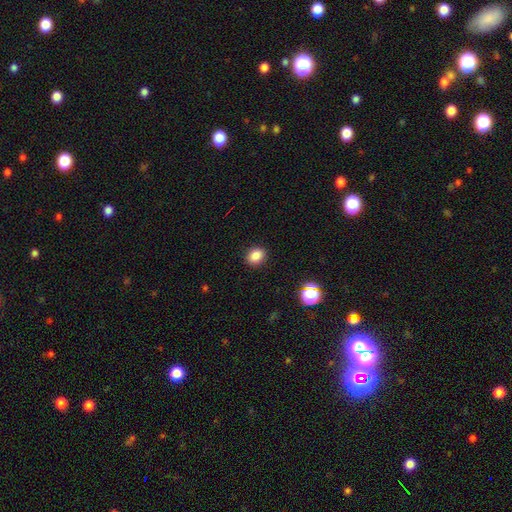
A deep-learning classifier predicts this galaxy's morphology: smooth 83%, star or artifact 12%, featured or disk 4%. Down the decision tree: how rounded — round (53%); merging — none (90%).